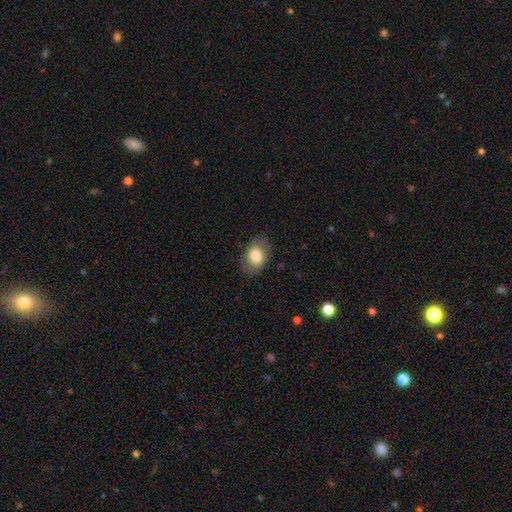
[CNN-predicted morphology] Q: Smooth or featured?
A: smooth (77%); runner-up: featured or disk (16%)
Q: How rounded?
A: in between (79%); runner-up: round (20%)
Q: Merging?
A: none (81%); runner-up: minor disturbance (13%)